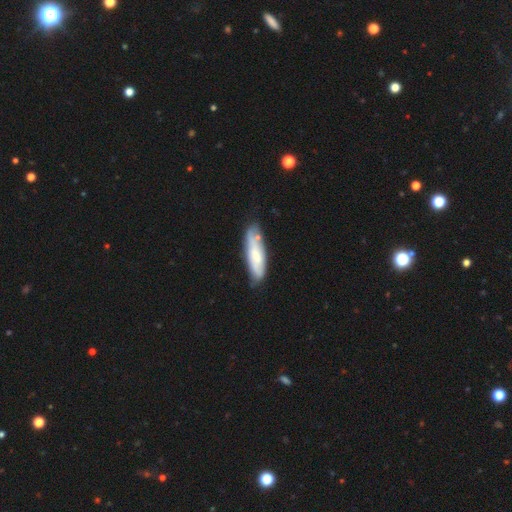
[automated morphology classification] type=smooth (57%); roundness=cigar-shaped (58%); merging=none (66%).